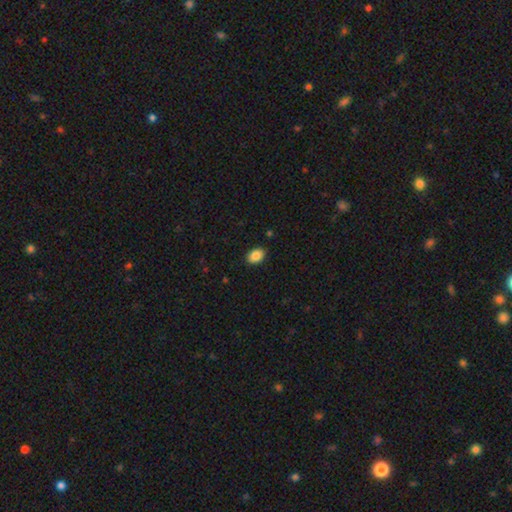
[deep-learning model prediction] A smooth galaxy with no disk features (87%) that is in between round and cigar-shaped (82%).

Vote fractions:
- Smooth or featured? smooth: 87% / star or artifact: 8% / featured or disk: 5%
- How rounded? in between: 82% / round: 17% / cigar-shaped: 1%
- Merging? none: 89% / minor disturbance: 8% / major disturbance: 2% / merger: 1%